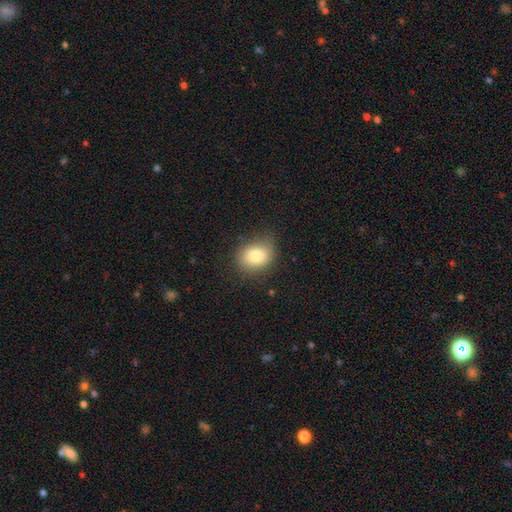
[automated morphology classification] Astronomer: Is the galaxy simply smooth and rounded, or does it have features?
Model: smooth — 83%.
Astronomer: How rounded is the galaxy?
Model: in between — 54% (runner-up: round, 45%).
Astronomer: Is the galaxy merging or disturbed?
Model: none — 75%.